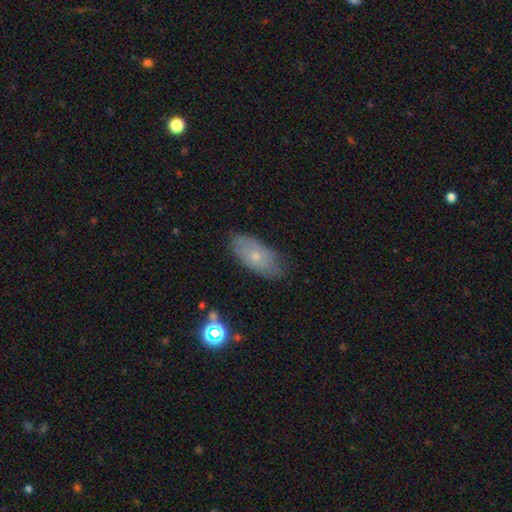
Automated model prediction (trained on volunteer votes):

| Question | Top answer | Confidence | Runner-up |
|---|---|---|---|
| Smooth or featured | smooth | 59% | featured or disk (32%) |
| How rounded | in between | 88% | cigar-shaped (8%) |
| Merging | none | 72% | minor disturbance (22%) |